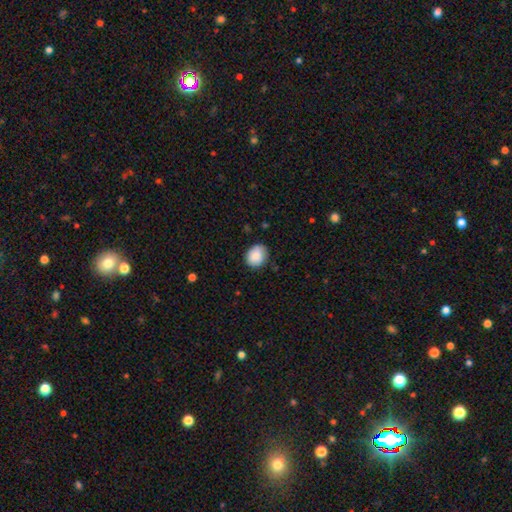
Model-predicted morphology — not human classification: Smooth or featured? Predicted: smooth (p=0.85). How rounded? Predicted: round (p=0.60). Merging? Predicted: none (p=0.79).